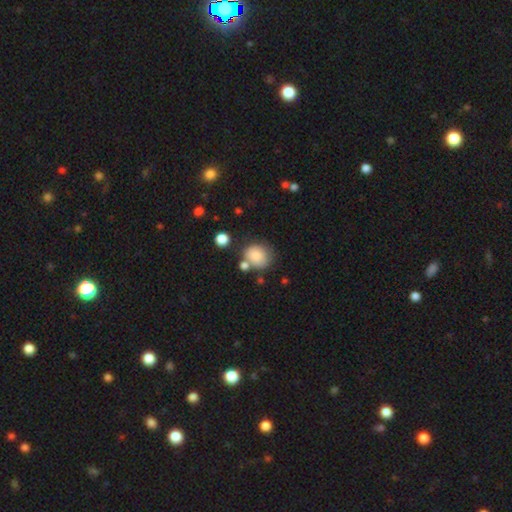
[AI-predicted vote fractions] This appears to be a smooth galaxy with no disk features (83%) that is round (69%). Merging: none (60%).